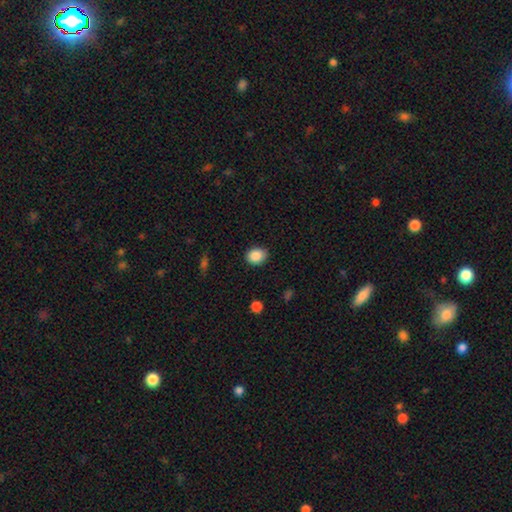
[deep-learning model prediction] A smooth galaxy with no disk features (88%) that is round (55%). Merging: none (86%).